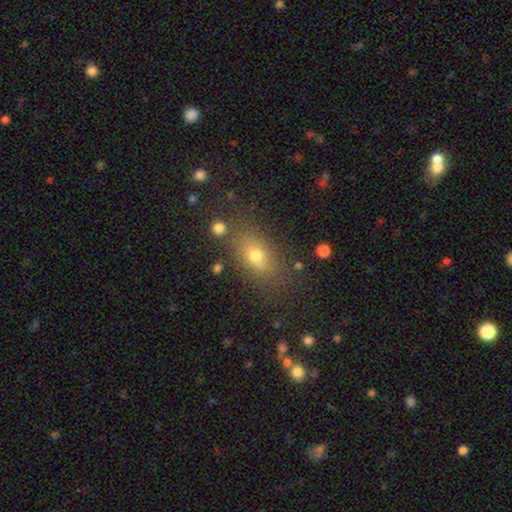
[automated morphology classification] smooth-or-featured: smooth: 70% | featured or disk: 16% | star or artifact: 14%
  how-rounded: in between: 75% | round: 17% | cigar-shaped: 8%
  merging: none: 75% | minor disturbance: 14% | major disturbance: 6% | merger: 5%